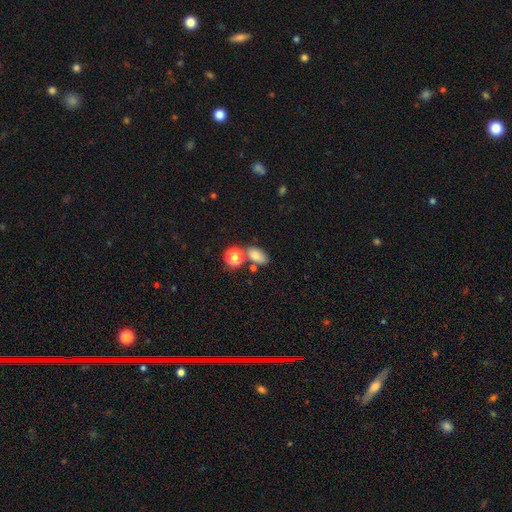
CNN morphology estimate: Q: Smooth or featured?
A: smooth (80%); runner-up: star or artifact (13%)
Q: How rounded?
A: in between (84%); runner-up: round (13%)
Q: Merging?
A: none (61%); runner-up: merger (20%)